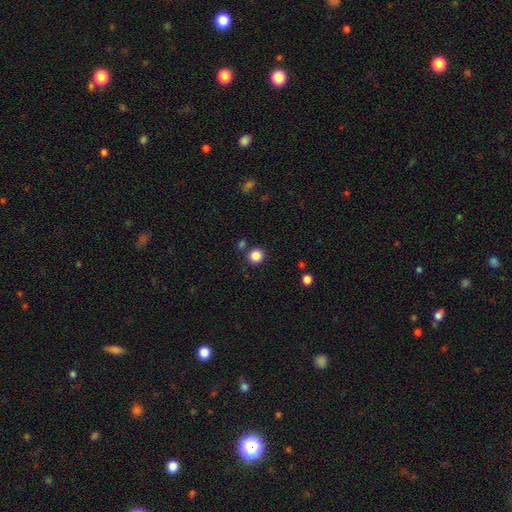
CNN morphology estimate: type=smooth (86%); roundness=round (92%); merging=none (85%).